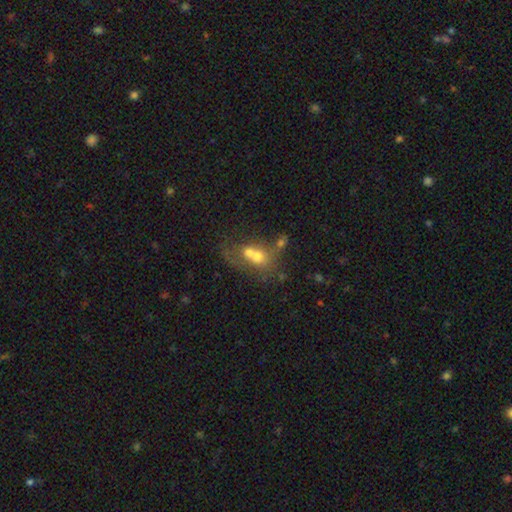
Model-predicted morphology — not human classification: A smooth galaxy with no disk features (58%) that is round (56%).

Vote fractions:
- Smooth or featured? smooth: 58% / featured or disk: 29% / star or artifact: 13%
- How rounded? round: 56% / in between: 42% / cigar-shaped: 2%
- Merging? merger: 70% / none: 17% / minor disturbance: 7% / major disturbance: 7%